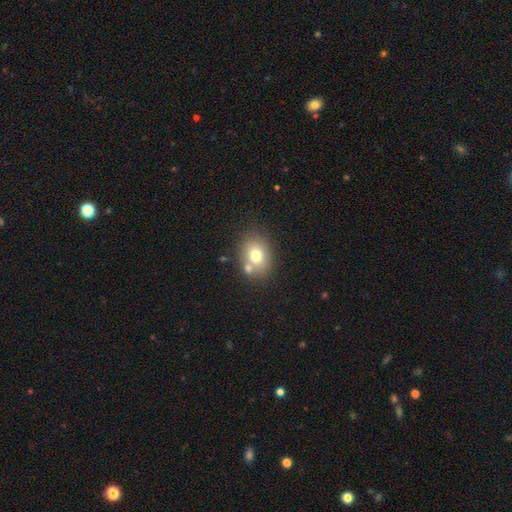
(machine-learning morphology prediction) Overall: smooth (73%). How rounded: in between (57%; round 42%). Merging: none (64%).